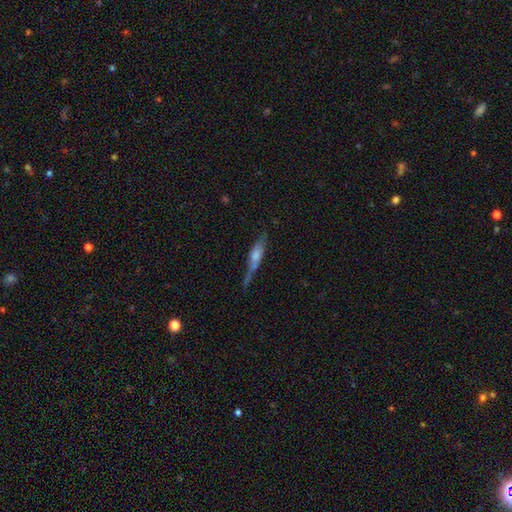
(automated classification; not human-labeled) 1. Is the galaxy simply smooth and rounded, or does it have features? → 49% smooth, 44% featured or disk, 7% star or artifact.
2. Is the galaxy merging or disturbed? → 49% none, 28% minor disturbance, 13% major disturbance, 10% merger.